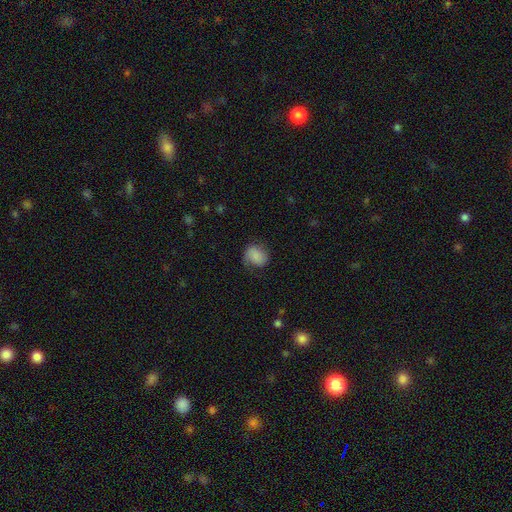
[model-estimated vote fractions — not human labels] Morphology: type=smooth (80%); roundness=in between (54%); merging=none (65%).